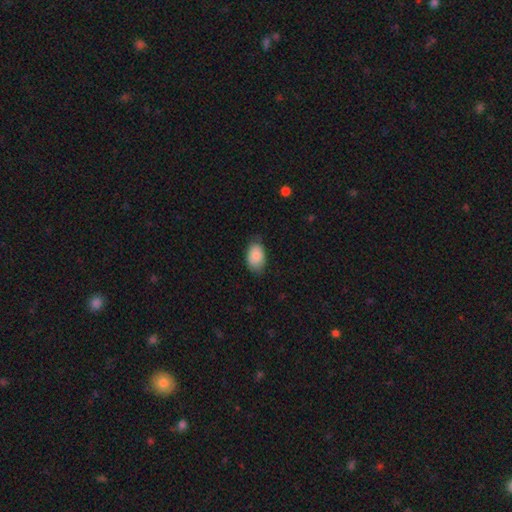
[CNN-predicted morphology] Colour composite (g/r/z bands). It shows a smooth galaxy with no disk features (86%) that is in between round and cigar-shaped (89%). Merging: none (74%).